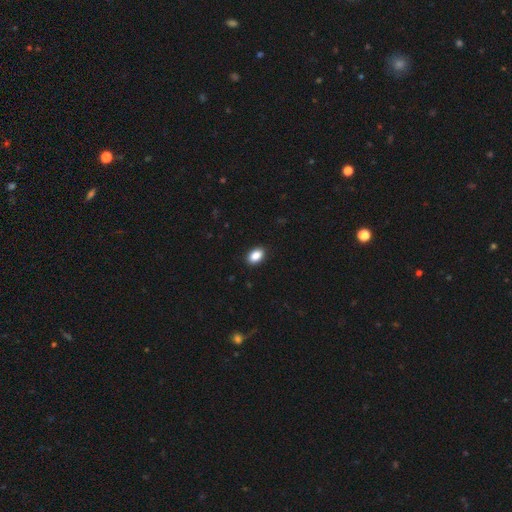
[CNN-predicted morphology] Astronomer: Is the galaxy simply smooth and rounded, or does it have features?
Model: smooth — 89%.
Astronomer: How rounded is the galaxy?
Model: in between — 86%.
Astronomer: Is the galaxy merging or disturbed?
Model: none — 91%.